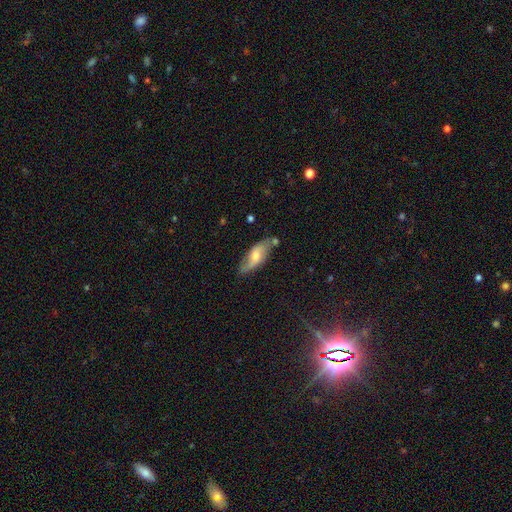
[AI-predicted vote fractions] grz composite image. It shows a featured or disk galaxy (50%). Merging: none (66%).